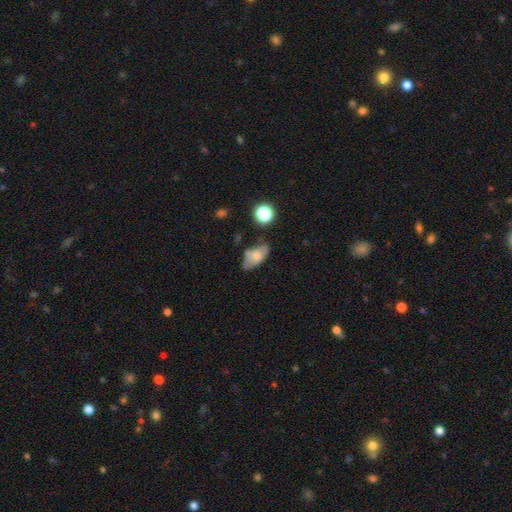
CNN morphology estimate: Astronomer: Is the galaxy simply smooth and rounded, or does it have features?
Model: smooth — 62%.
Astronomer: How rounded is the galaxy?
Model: in between — 90%.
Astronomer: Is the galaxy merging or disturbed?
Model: none — 57%.